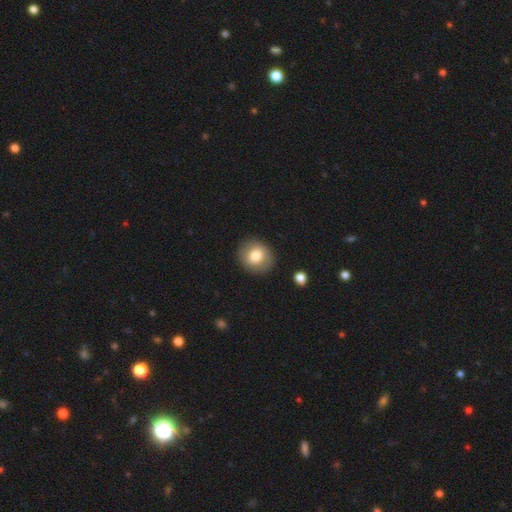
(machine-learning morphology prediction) A smooth galaxy with no disk features (77%) that is round (81%).

Vote fractions:
- Smooth or featured? smooth: 77% / featured or disk: 15% / star or artifact: 8%
- How rounded? round: 81% / in between: 18% / cigar-shaped: 1%
- Merging? none: 87% / minor disturbance: 9% / major disturbance: 3% / merger: 1%